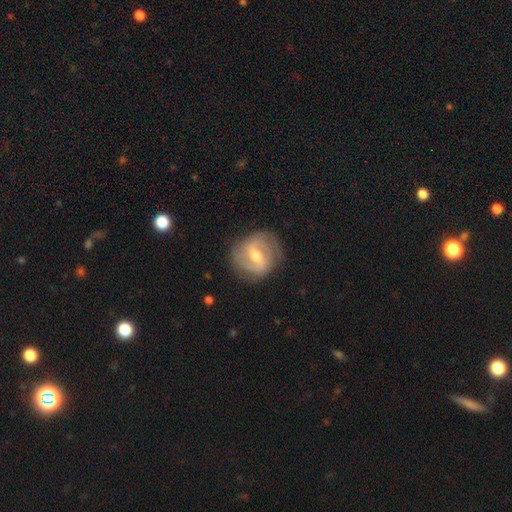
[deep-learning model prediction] Morphology: type=featured or disk (78%); edge-on=no (97%); bar=weak (51%); spiral arms=yes (90%); winding=medium (45%); arm count=2 (76%); bulge=moderate (69%); merging=none (77%).